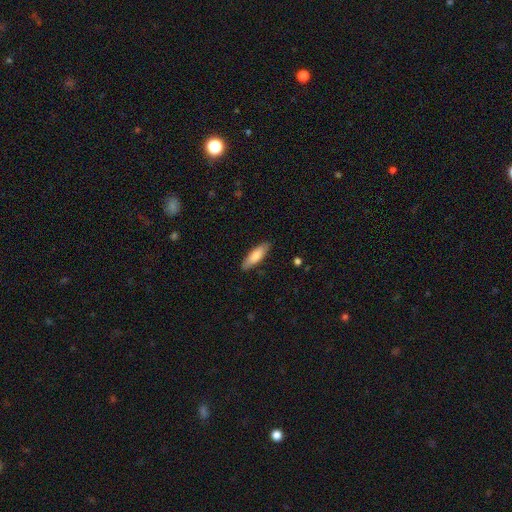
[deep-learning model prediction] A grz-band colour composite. It shows a smooth galaxy with no disk features (80%) that is cigar-shaped (54%). Merging: none (87%).